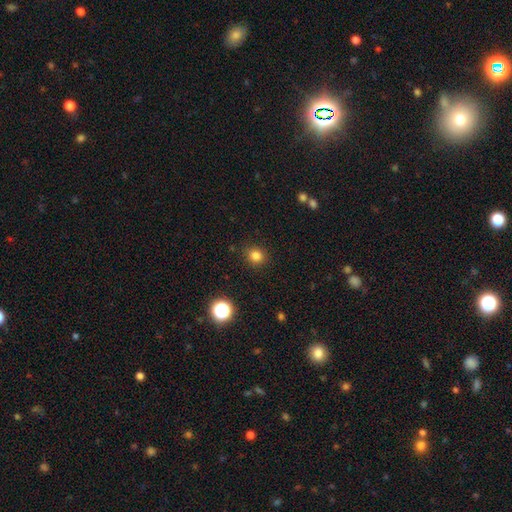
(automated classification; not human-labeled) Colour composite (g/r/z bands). It shows a smooth galaxy with no disk features (81%) that is round (84%). Merging: none (89%).